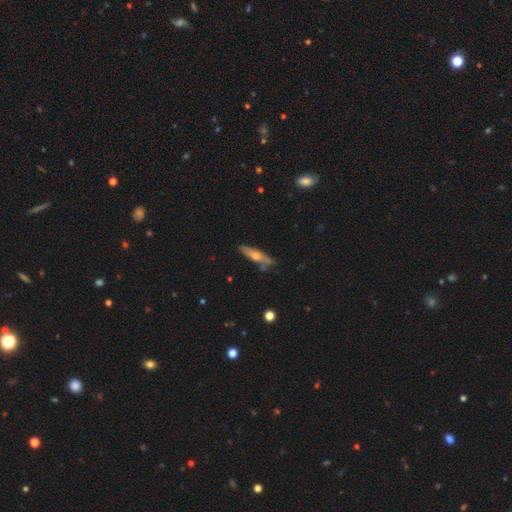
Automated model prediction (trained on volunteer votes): Smooth or featured?
  - featured or disk: 51% *
  - smooth: 42%
  - star or artifact: 7%
Edge-on disk?
  - yes: 81% *
  - no: 19%
Merging?
  - none: 71% *
  - minor disturbance: 20%
  - major disturbance: 4%
  - merger: 4%